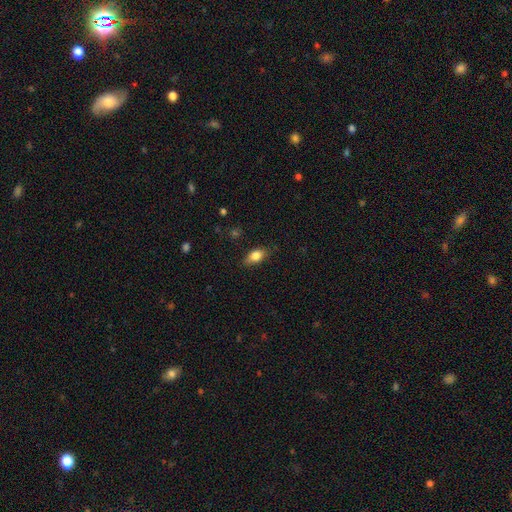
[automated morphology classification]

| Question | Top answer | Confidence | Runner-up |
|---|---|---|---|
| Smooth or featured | smooth | 79% | featured or disk (13%) |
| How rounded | in between | 83% | cigar-shaped (9%) |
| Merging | none | 79% | minor disturbance (16%) |